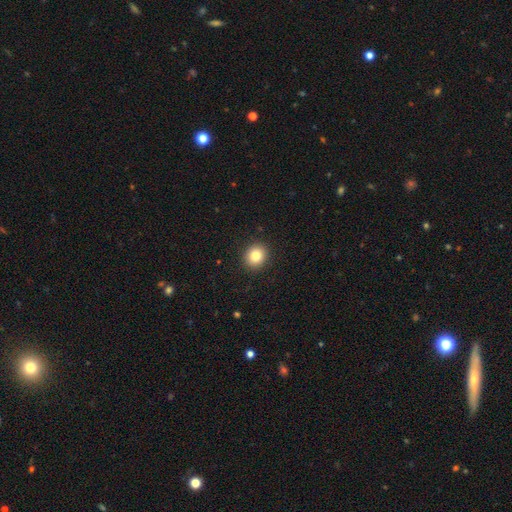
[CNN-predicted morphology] This is clearly a smooth galaxy (82%). How rounded: likely round (77%). Merging: clearly none (91%).